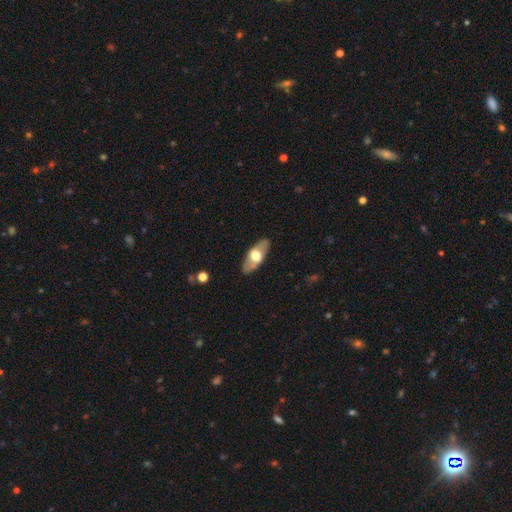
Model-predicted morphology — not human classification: type=smooth (49%); merging=none (84%).